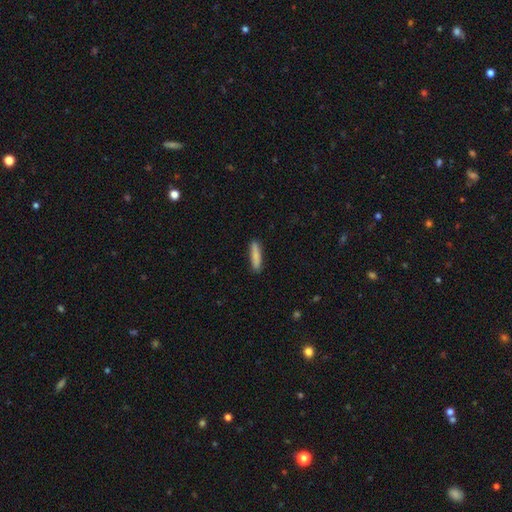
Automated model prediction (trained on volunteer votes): This appears to be a smooth galaxy with no disk features (82%) that is cigar-shaped (82%). Merging: none (88%).